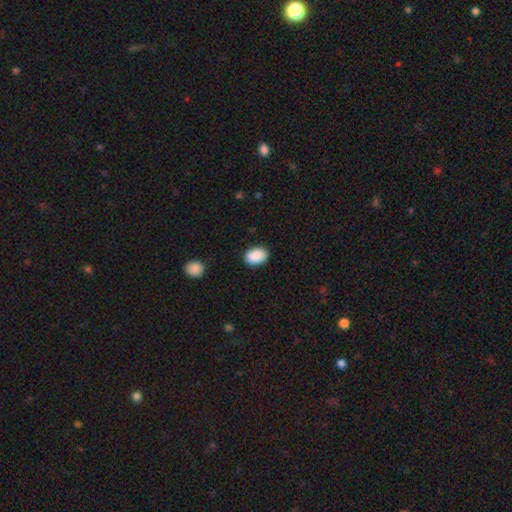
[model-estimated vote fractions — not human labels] Q: Smooth or featured?
A: smooth (90%); runner-up: star or artifact (7%)
Q: How rounded?
A: in between (79%); runner-up: round (20%)
Q: Merging?
A: none (87%); runner-up: minor disturbance (10%)